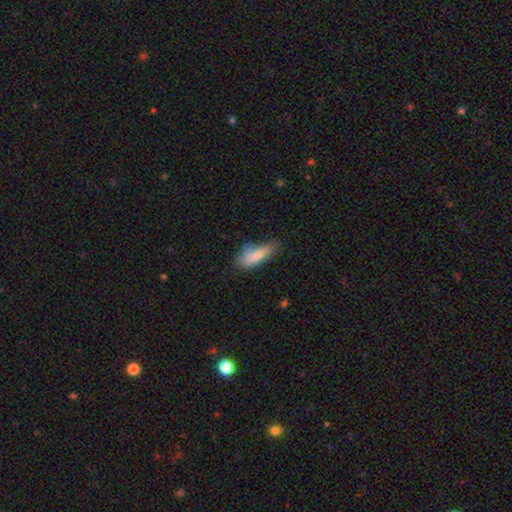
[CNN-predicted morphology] Q: Smooth or featured?
A: smooth (79%); runner-up: featured or disk (14%)
Q: How rounded?
A: in between (67%); runner-up: cigar-shaped (30%)
Q: Merging?
A: none (45%); runner-up: minor disturbance (36%)